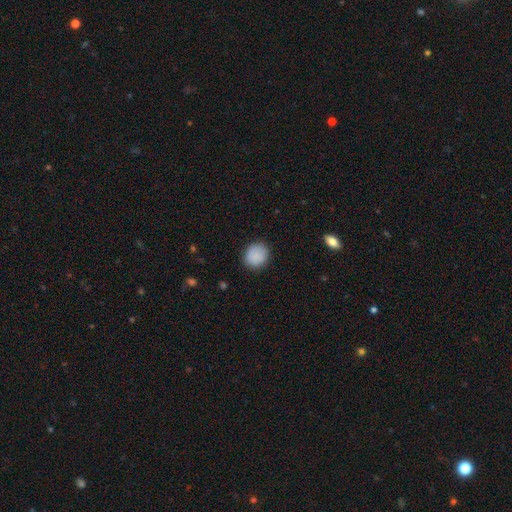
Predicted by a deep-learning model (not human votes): Overall: smooth (88%). How rounded: round (75%). Merging: none (86%).